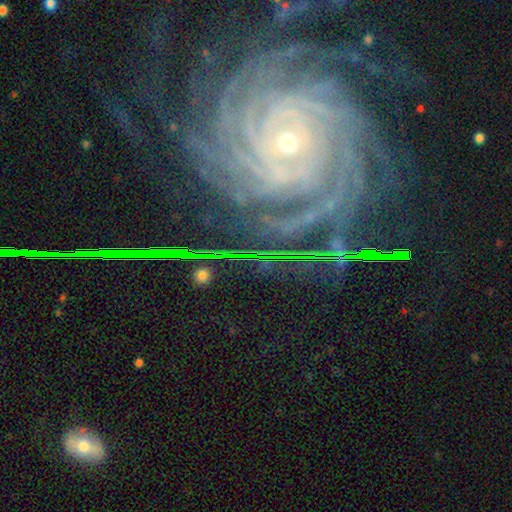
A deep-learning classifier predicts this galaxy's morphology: This is likely a featured or disk galaxy (72%). It is clearly not viewed edge-on (91%). Bar: likely no (60%). Spiral arm pattern: clearly yes (95%). Spiral arm count: marginally more than 4 (21%). Spiral winding: likely tight (78%). Central bulge: likely small (63%). Merging: likely none (79%).